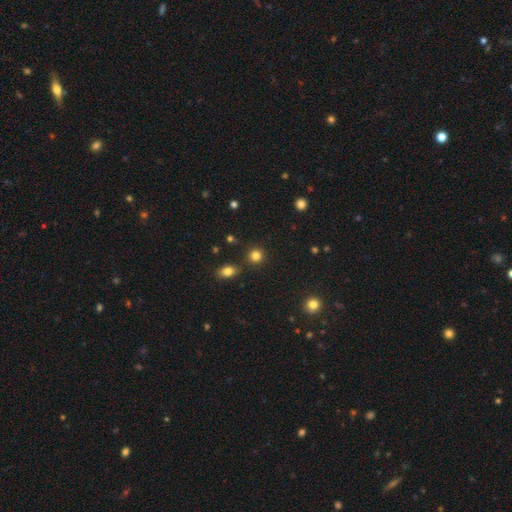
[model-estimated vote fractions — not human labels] This is clearly a smooth galaxy (83%). How rounded: clearly round (90%). Merging: clearly none (85%).